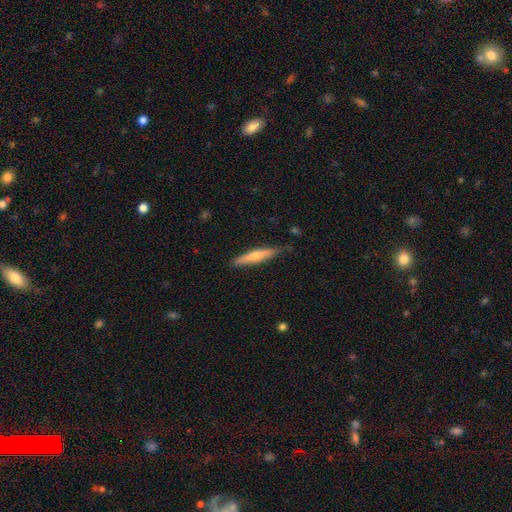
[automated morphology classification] Smooth or featured? smooth (56%)
How rounded? cigar-shaped (89%)
Merging? none (81%)